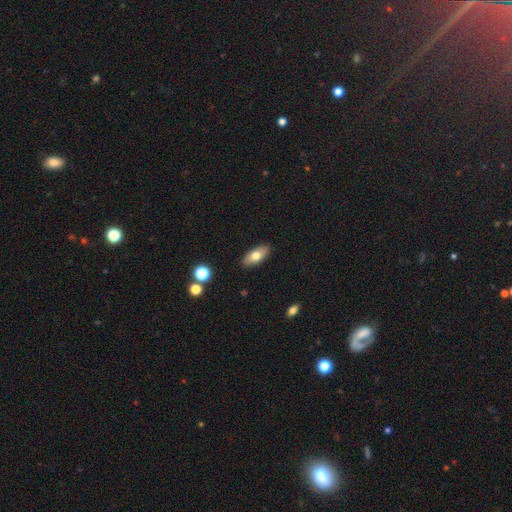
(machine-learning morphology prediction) Smooth or featured? Predicted: smooth (p=0.73). How rounded? Predicted: in between (p=0.85). Merging? Predicted: none (p=0.88).